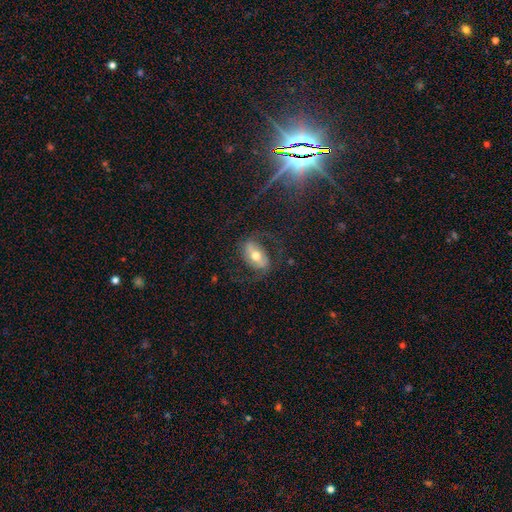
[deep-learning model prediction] The model was most divided on "bar": strong: 44%, weak: 31%, no: 25%. More confident: edge-on disk — no (92%); spiral arms — yes (78%); bulge size — moderate (70%); merging — none (69%); smooth or featured — featured or disk (61%).